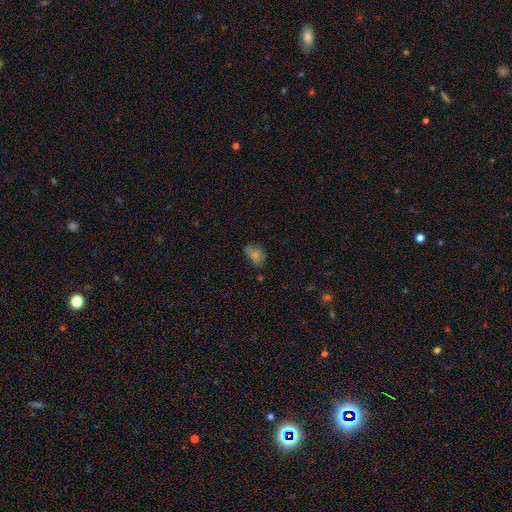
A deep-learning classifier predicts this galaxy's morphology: type=smooth (69%); roundness=in between (73%); merging=none (44%).